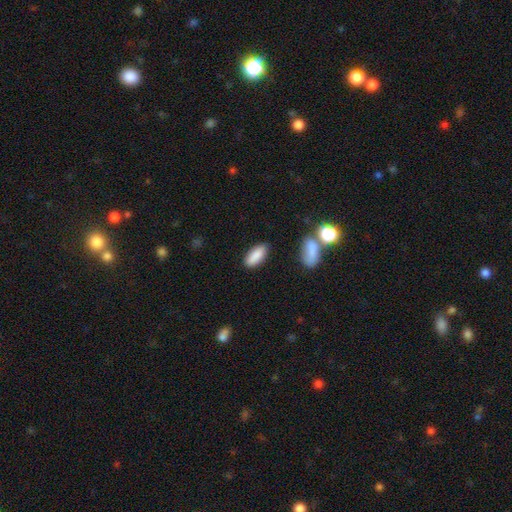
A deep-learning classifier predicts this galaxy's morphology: This is clearly a smooth galaxy (88%). How rounded: clearly in between (80%). Merging: clearly none (82%).